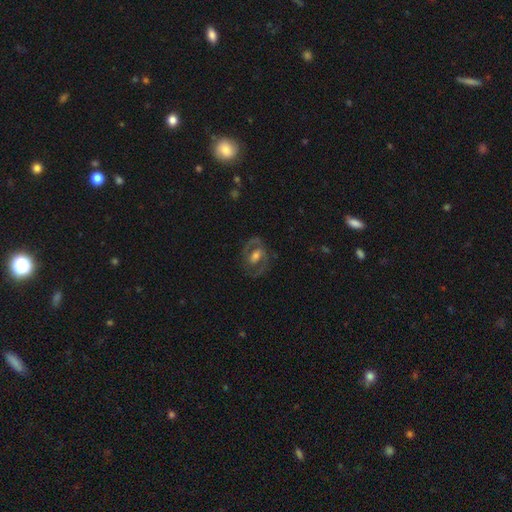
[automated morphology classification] The model was most divided on "bar": weak: 42%, no: 36%, strong: 23%. More confident: edge-on disk — no (96%); merging — none (73%); smooth or featured — featured or disk (72%); spiral arms — yes (71%); bulge size — moderate (54%).